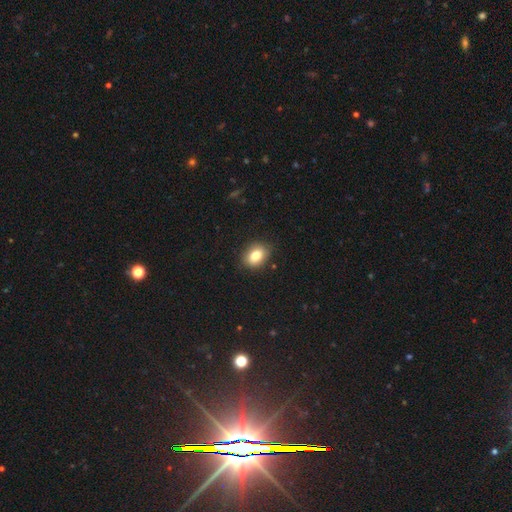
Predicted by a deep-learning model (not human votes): Smooth or featured?
  - smooth: 82% *
  - star or artifact: 9%
  - featured or disk: 9%
How rounded?
  - in between: 69% *
  - round: 30%
  - cigar-shaped: 1%
Merging?
  - none: 85% *
  - minor disturbance: 11%
  - major disturbance: 2%
  - merger: 1%